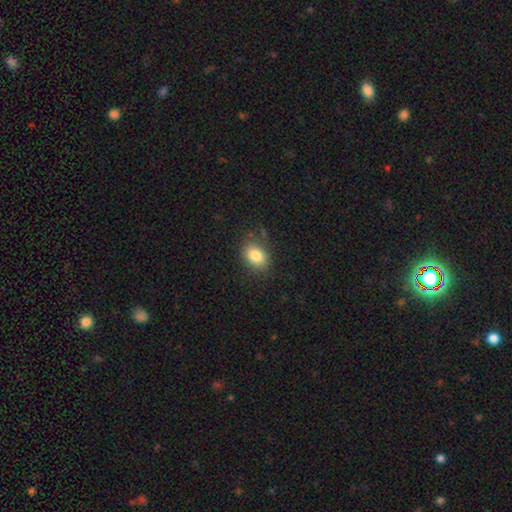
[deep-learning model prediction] smooth_or_featured: smooth (p=0.83) [alt: star or artifact p=0.09]
how_rounded: in between (p=0.71) [alt: round p=0.28]
merging: none (p=0.80) [alt: minor disturbance p=0.14]